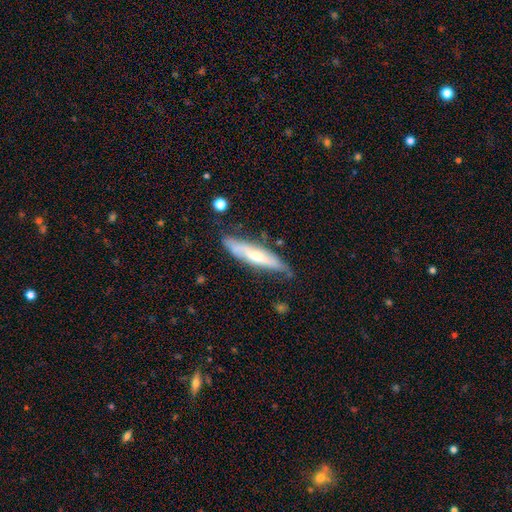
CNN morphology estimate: Smooth or featured: featured or disk — 52% (smooth — 42%)
Edge-on disk: yes — 65% (no — 35%)
Merging: none — 66% (minor disturbance — 25%)